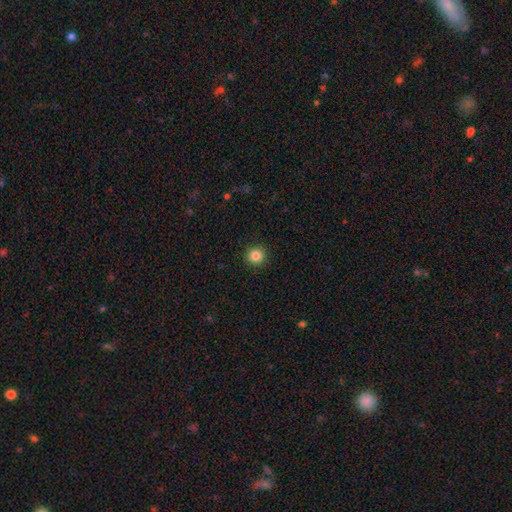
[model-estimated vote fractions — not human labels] smooth-or-featured: smooth: 85% | star or artifact: 11% | featured or disk: 4%
  how-rounded: round: 93% | in between: 6% | cigar-shaped: 1%
  merging: none: 92% | minor disturbance: 5% | major disturbance: 2% | merger: 1%